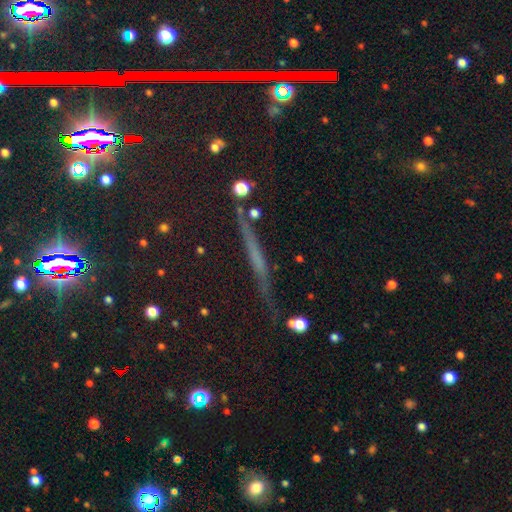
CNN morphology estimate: The model was most divided on "smooth or featured": featured or disk: 45%, smooth: 30%, star or artifact: 24%. More confident: merging — none (81%).